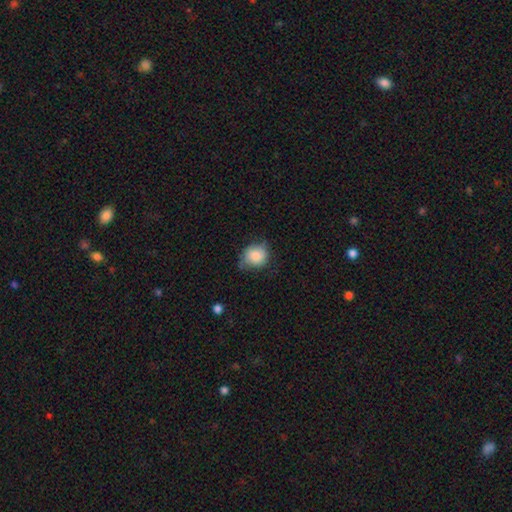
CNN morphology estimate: smooth 82%, featured or disk 10%, star or artifact 8%. Down the decision tree: how rounded — round (73%); merging — none (56%).